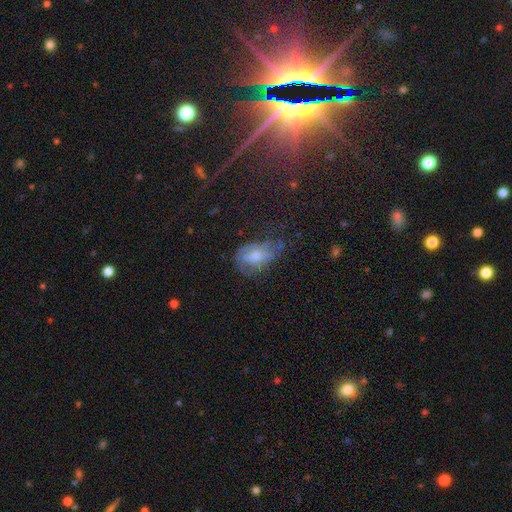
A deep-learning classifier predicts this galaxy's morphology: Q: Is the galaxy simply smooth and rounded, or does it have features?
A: smooth — 51%.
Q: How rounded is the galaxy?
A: in between — 79%.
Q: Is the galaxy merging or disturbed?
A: none — 39%.